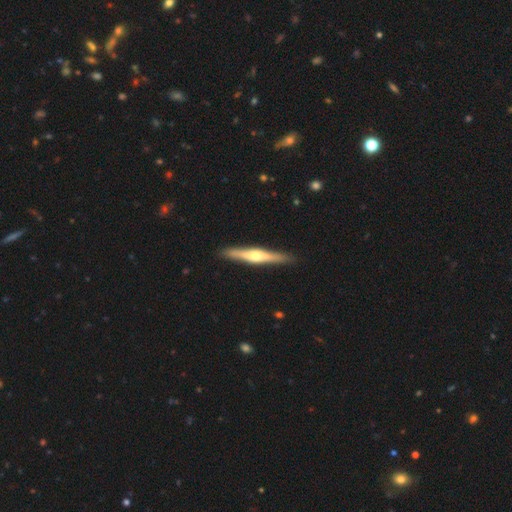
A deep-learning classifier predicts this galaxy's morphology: A featured or disk galaxy (65%) viewed edge-on (97%) with a rounded central bulge (88%).

Vote fractions:
- Smooth or featured? featured or disk: 65% / smooth: 30% / star or artifact: 5%
- Edge-on disk? yes: 97% / no: 3%
- Edge-on bulge? rounded: 88% / boxy: 6% / none: 6%
- Merging? none: 90% / minor disturbance: 7% / major disturbance: 1% / merger: 1%